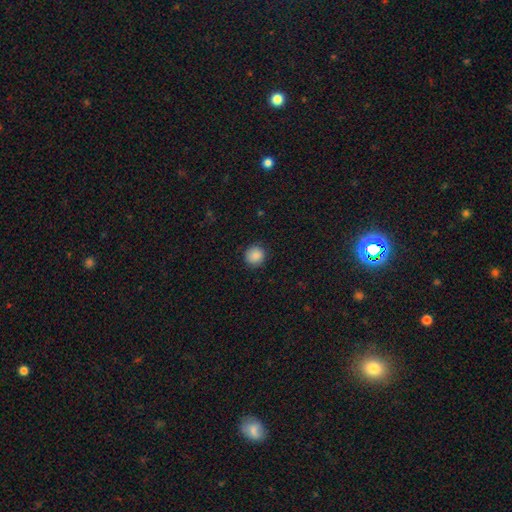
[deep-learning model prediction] Smooth or featured? Predicted: smooth (p=0.87). How rounded? Predicted: round (p=0.92). Merging? Predicted: none (p=0.89).